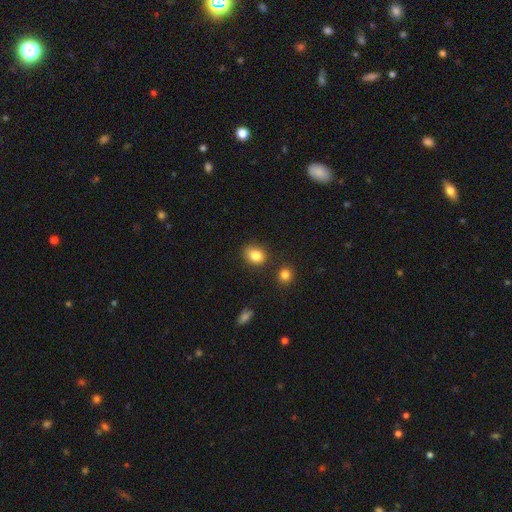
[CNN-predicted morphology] This is clearly a smooth galaxy (84%). How rounded: possibly round (50%). Merging: likely none (74%).